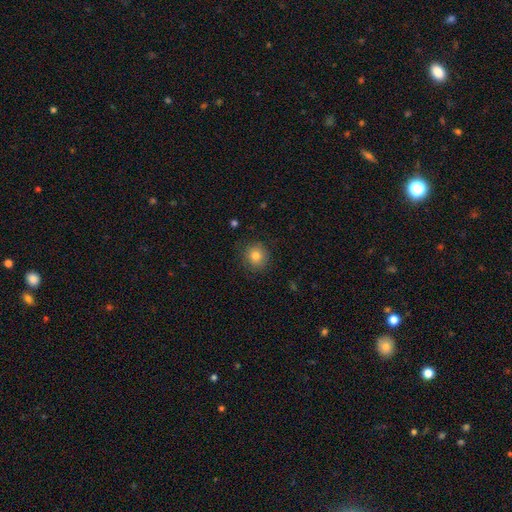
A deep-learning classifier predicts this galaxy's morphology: Smooth or featured: smooth — 82% (star or artifact — 11%)
How rounded: round — 91% (in between — 8%)
Merging: none — 86% (minor disturbance — 10%)